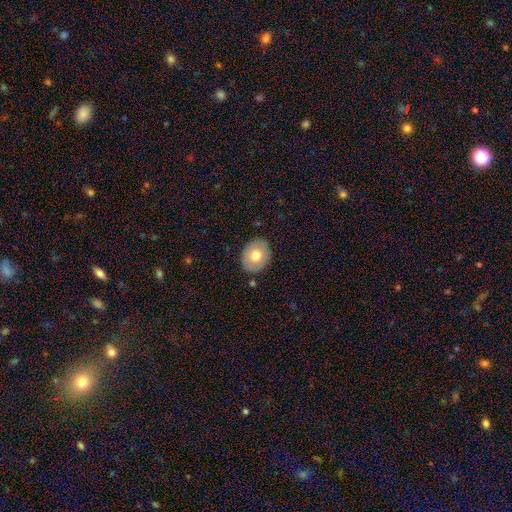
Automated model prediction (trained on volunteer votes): smooth-or-featured: smooth: 72% | featured or disk: 21% | star or artifact: 7%
  how-rounded: round: 51% | in between: 48% | cigar-shaped: 1%
  merging: none: 87% | minor disturbance: 9% | major disturbance: 2% | merger: 2%